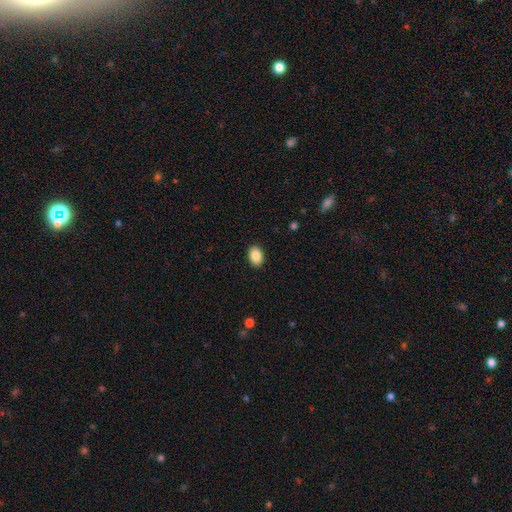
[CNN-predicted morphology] smooth-or-featured: smooth: 87% | star or artifact: 8% | featured or disk: 5%
  how-rounded: in between: 76% | round: 23% | cigar-shaped: 1%
  merging: none: 90% | minor disturbance: 7% | major disturbance: 2% | merger: 1%